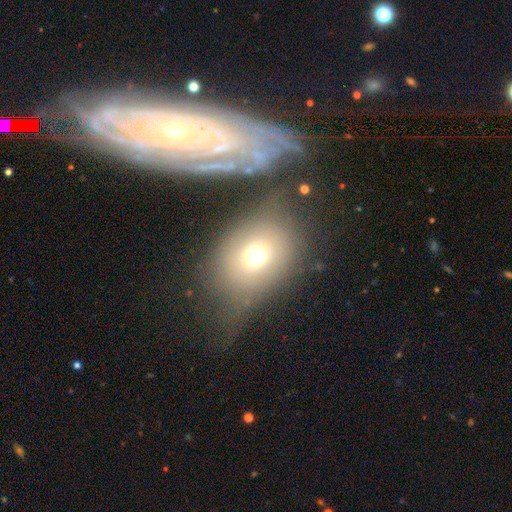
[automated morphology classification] Smooth or featured?
  - smooth: 66% *
  - featured or disk: 19%
  - star or artifact: 14%
How rounded?
  - in between: 54% *
  - round: 45%
  - cigar-shaped: 2%
Merging?
  - none: 50% *
  - major disturbance: 21%
  - minor disturbance: 20%
  - merger: 10%